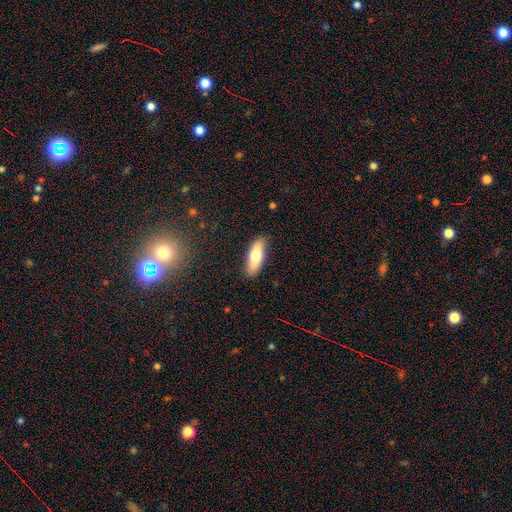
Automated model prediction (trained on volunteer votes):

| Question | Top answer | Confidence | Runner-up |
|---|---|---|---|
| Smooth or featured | smooth | 69% | featured or disk (25%) |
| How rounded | in between | 57% | cigar-shaped (40%) |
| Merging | none | 87% | minor disturbance (10%) |